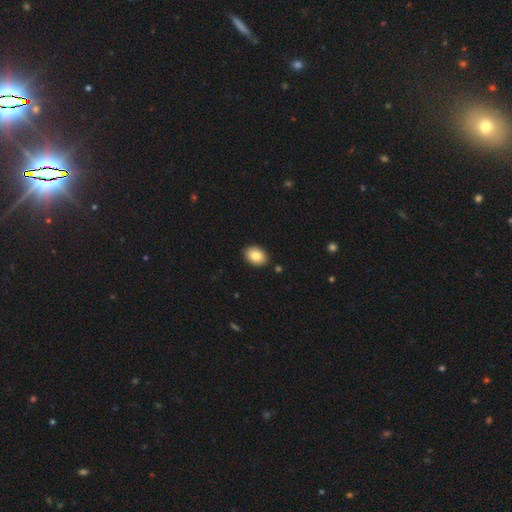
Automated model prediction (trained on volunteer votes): Overall: smooth (84%). How rounded: in between (74%). Merging: none (89%).